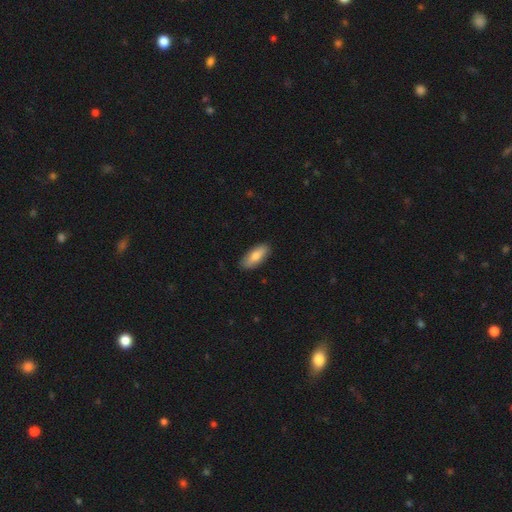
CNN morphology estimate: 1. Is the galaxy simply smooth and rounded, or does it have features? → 74% smooth, 21% featured or disk, 6% star or artifact.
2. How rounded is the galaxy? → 72% in between, 26% cigar-shaped, 2% round.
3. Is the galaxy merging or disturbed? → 87% none, 10% minor disturbance, 2% major disturbance, 1% merger.